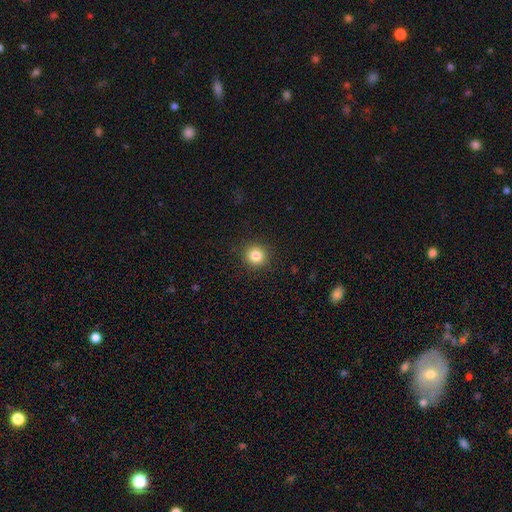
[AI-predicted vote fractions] Morphology: type=smooth (84%); roundness=round (93%); merging=none (91%).